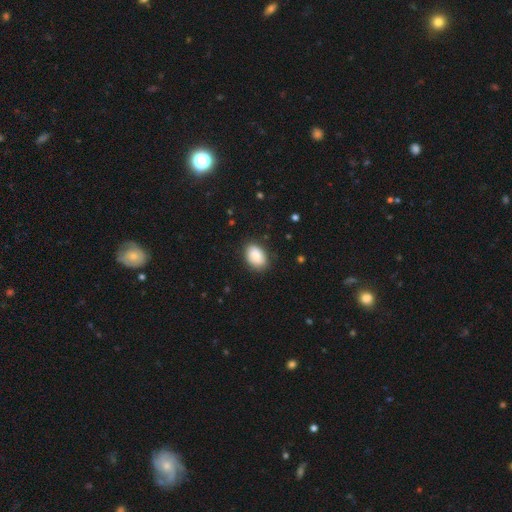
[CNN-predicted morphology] smooth 82%, featured or disk 11%, star or artifact 7%. Down the decision tree: how rounded — in between (83%); merging — none (80%).